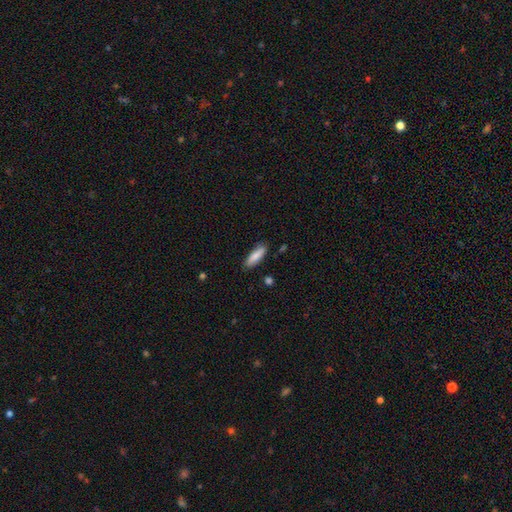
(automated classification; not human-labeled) Smooth or featured? Predicted: smooth (p=0.83). How rounded? Predicted: cigar-shaped (p=0.58). Merging? Predicted: none (p=0.85).